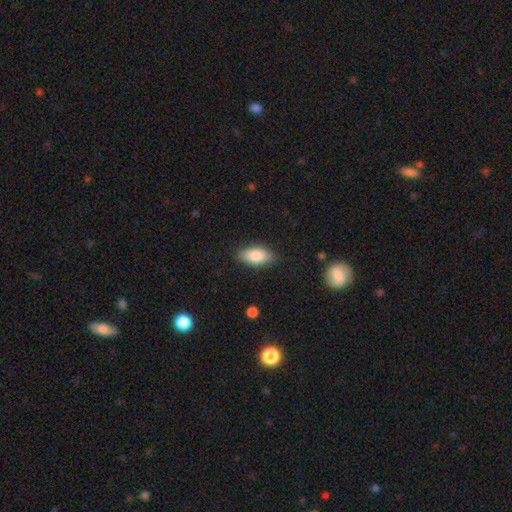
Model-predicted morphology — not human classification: Smooth or featured? Predicted: smooth (p=0.84). How rounded? Predicted: in between (p=0.90). Merging? Predicted: none (p=0.83).